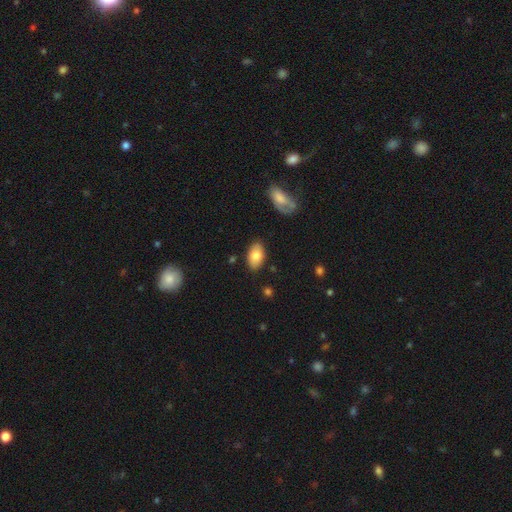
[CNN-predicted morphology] A smooth galaxy with no disk features (79%) that is in between round and cigar-shaped (94%).

Vote fractions:
- Smooth or featured? smooth: 79% / featured or disk: 14% / star or artifact: 7%
- How rounded? in between: 94% / round: 5% / cigar-shaped: 2%
- Merging? none: 85% / minor disturbance: 11% / major disturbance: 2% / merger: 2%